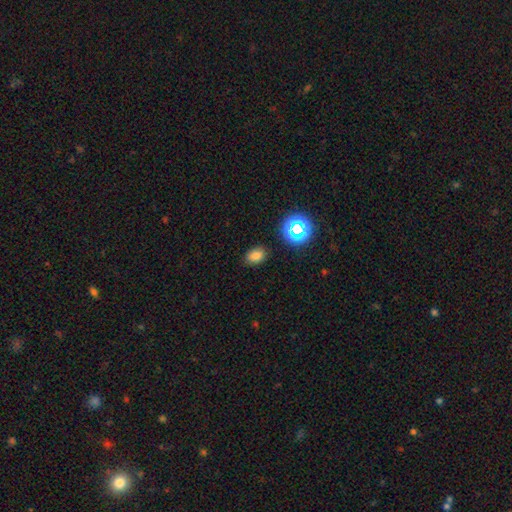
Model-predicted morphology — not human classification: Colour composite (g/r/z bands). It shows a smooth galaxy with no disk features (76%) that is in between round and cigar-shaped (75%). Merging: none (85%).